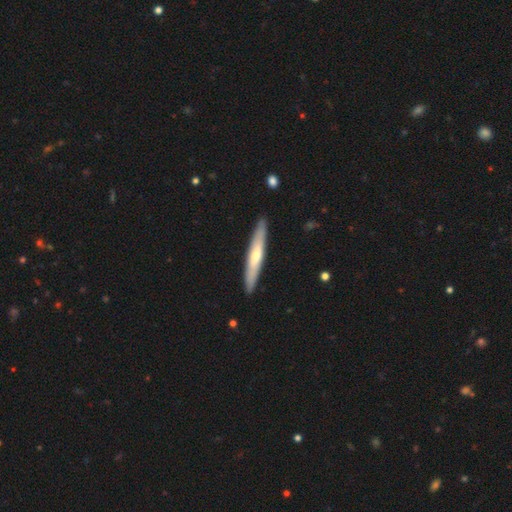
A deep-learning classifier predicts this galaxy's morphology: A smooth galaxy with no disk features (48%, tied with featured or disk).

Vote fractions:
- Smooth or featured? smooth: 48% (tied) / featured or disk: 48% (tied) / star or artifact: 5%
- Merging? none: 91% / minor disturbance: 7% / major disturbance: 1% / merger: 1%